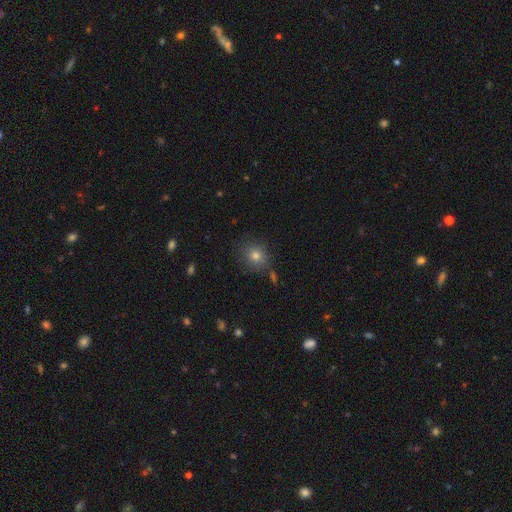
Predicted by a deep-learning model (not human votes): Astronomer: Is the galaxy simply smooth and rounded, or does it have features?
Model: smooth — 78%.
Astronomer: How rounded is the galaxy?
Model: round — 81%.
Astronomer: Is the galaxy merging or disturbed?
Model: none — 83%.